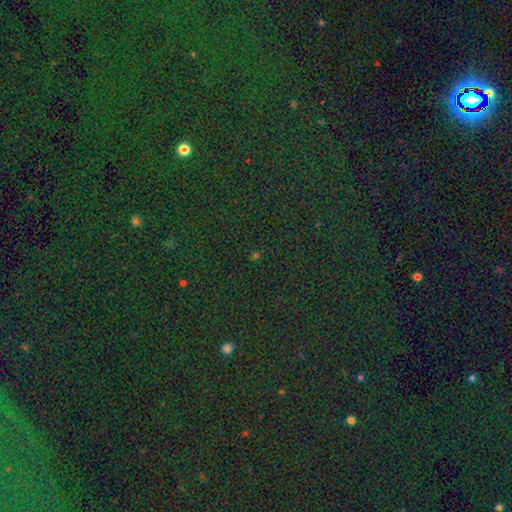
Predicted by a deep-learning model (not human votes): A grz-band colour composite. It shows a star or artifact, not a galaxy (65%).